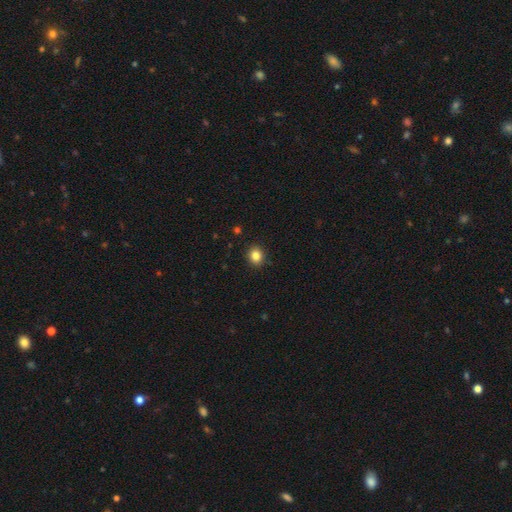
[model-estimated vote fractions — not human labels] Smooth or featured?
  - smooth: 84% *
  - star or artifact: 11%
  - featured or disk: 5%
How rounded?
  - round: 73% *
  - in between: 26%
  - cigar-shaped: 1%
Merging?
  - none: 91% *
  - minor disturbance: 6%
  - major disturbance: 2%
  - merger: 1%